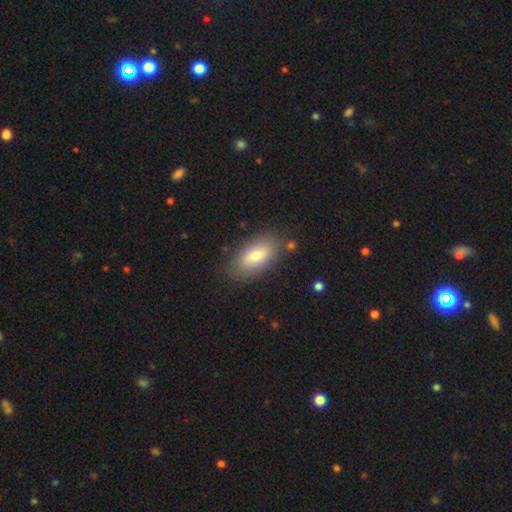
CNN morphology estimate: Smooth or featured? Predicted: smooth (p=0.76). How rounded? Predicted: in between (p=0.89). Merging? Predicted: none (p=0.82).